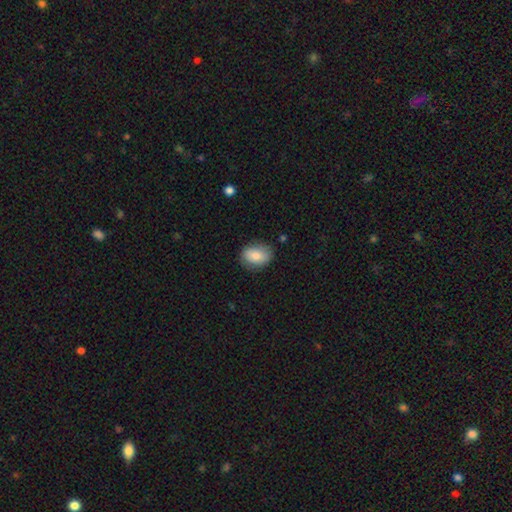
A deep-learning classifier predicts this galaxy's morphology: smooth 78%, featured or disk 14%, star or artifact 7%. Down the decision tree: how rounded — in between (69%); merging — none (79%).